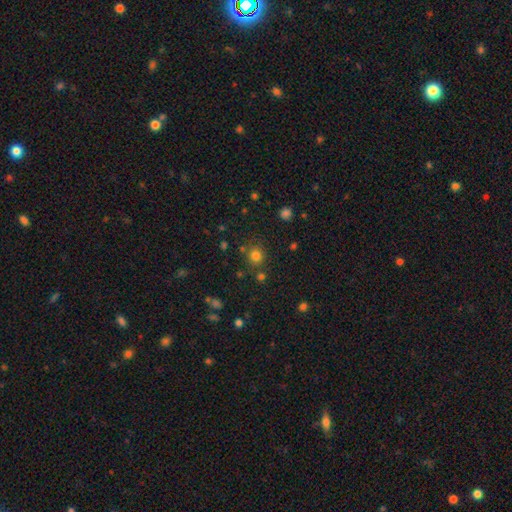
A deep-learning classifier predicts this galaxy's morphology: smooth-or-featured: smooth: 77% | star or artifact: 17% | featured or disk: 6%
  how-rounded: round: 88% | in between: 11% | cigar-shaped: 1%
  merging: none: 80% | minor disturbance: 9% | merger: 7% | major disturbance: 4%